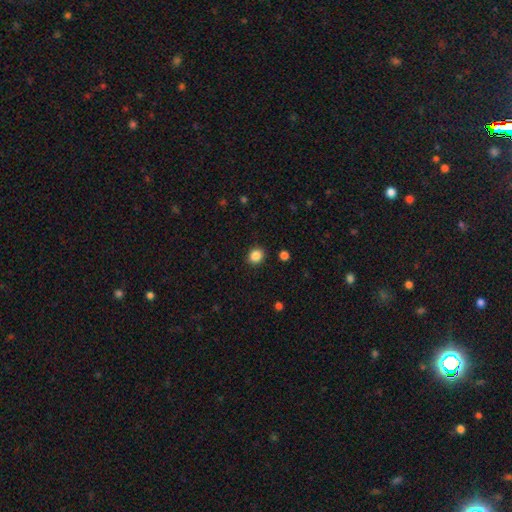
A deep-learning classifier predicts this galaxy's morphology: Smooth or featured: smooth — 86% (star or artifact — 11%)
How rounded: round — 75% (in between — 24%)
Merging: none — 90% (minor disturbance — 6%)